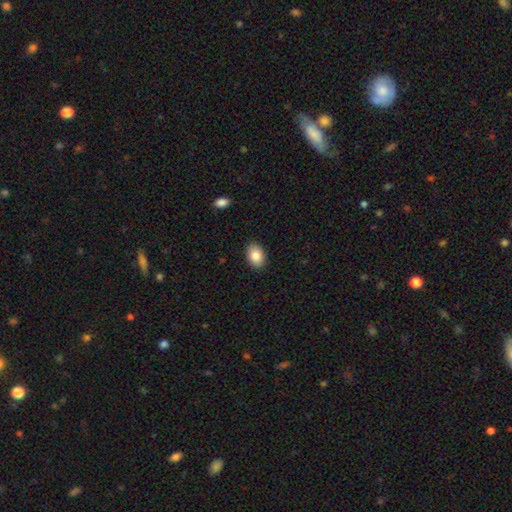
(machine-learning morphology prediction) smooth 85%, star or artifact 8%, featured or disk 8%. Down the decision tree: how rounded — in between (79%); merging — none (89%).